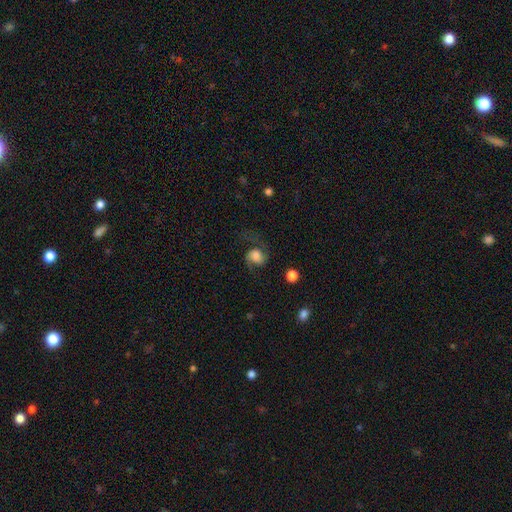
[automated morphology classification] Smooth or featured?
  - featured or disk: 55% *
  - smooth: 35%
  - star or artifact: 10%
Edge-on disk?
  - no: 97% *
  - yes: 3%
Bar?
  - no: 65% *
  - weak: 29%
  - strong: 6%
Spiral arms?
  - yes: 90% *
  - no: 10%
Bulge size?
  - large: 38% *
  - moderate: 23%
  - none: 14%
  - dominant: 14%
  - small: 10%
Merging?
  - none: 51% *
  - major disturbance: 27%
  - minor disturbance: 19%
  - merger: 3%